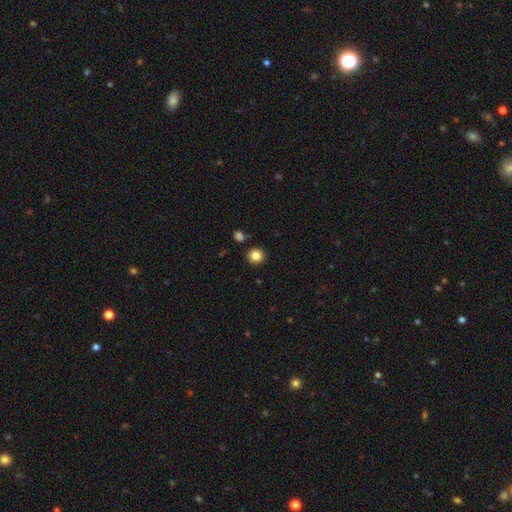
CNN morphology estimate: Smooth or featured: smooth — 84% (star or artifact — 11%)
How rounded: round — 93% (in between — 6%)
Merging: none — 90% (minor disturbance — 5%)